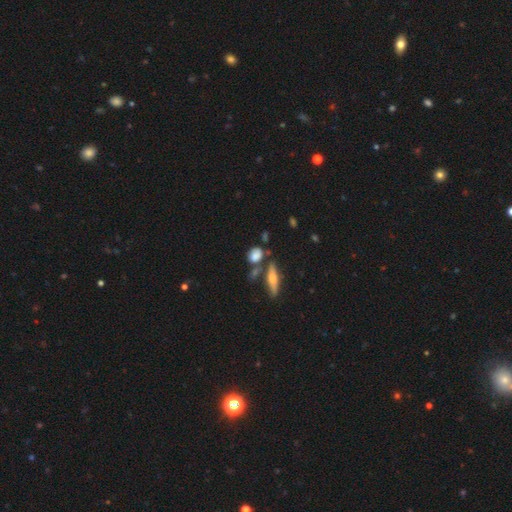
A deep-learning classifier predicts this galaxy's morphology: type=smooth (76%); roundness=in between (50%); merging=none (61%).